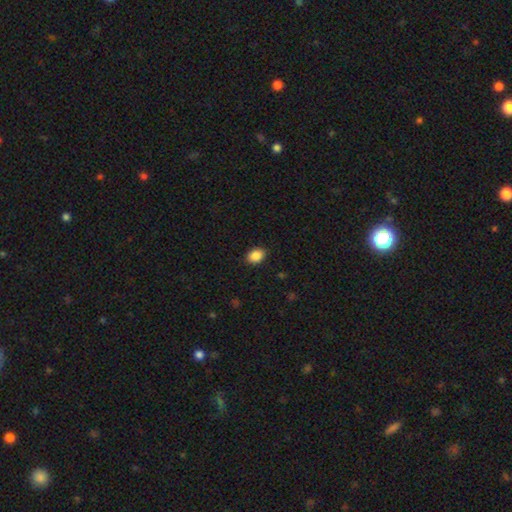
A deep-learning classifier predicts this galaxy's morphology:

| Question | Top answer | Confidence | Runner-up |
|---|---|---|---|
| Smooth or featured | smooth | 88% | star or artifact (8%) |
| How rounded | in between | 71% | round (28%) |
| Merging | none | 88% | minor disturbance (9%) |